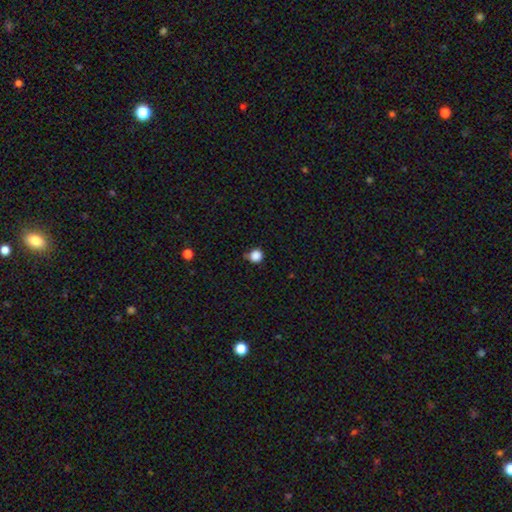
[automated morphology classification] Smooth or featured?
  - smooth: 86% *
  - star or artifact: 11%
  - featured or disk: 3%
How rounded?
  - round: 92% *
  - in between: 7%
  - cigar-shaped: 1%
Merging?
  - none: 74% *
  - minor disturbance: 19%
  - major disturbance: 4%
  - merger: 3%